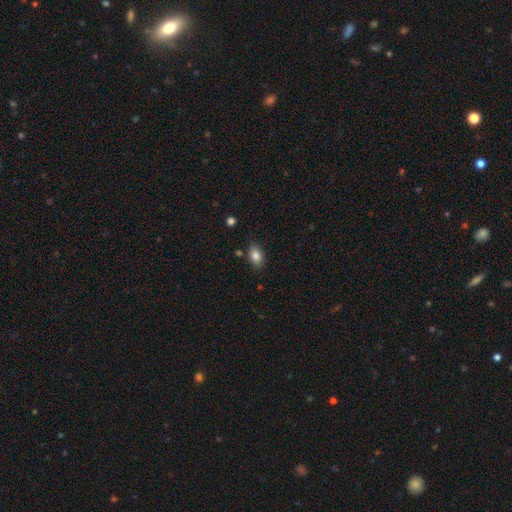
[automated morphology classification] A smooth galaxy with no disk features (84%) that is in between round and cigar-shaped (86%). Merging: none (81%).